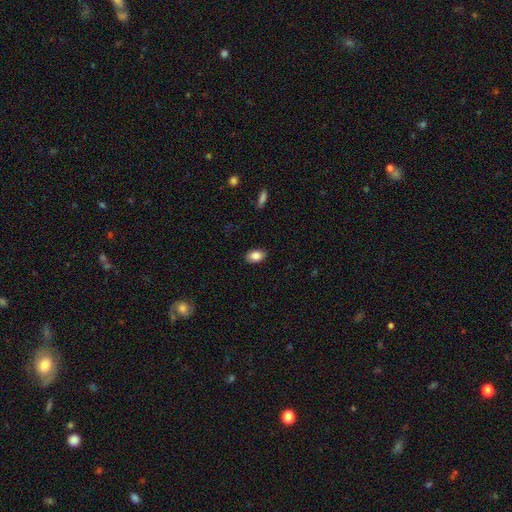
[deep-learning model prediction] Smooth or featured?
  - smooth: 84% *
  - featured or disk: 8%
  - star or artifact: 7%
How rounded?
  - in between: 90% *
  - round: 9%
  - cigar-shaped: 2%
Merging?
  - none: 87% *
  - minor disturbance: 10%
  - major disturbance: 2%
  - merger: 1%